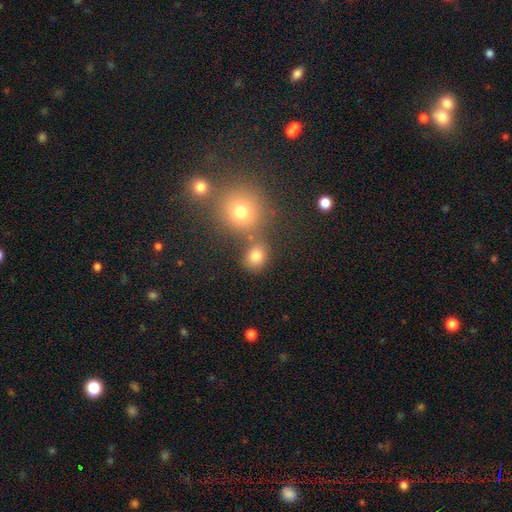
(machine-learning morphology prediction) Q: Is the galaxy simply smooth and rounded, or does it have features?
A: smooth — 78%.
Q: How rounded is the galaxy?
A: round — 72%.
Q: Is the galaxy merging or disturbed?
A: none — 64%.